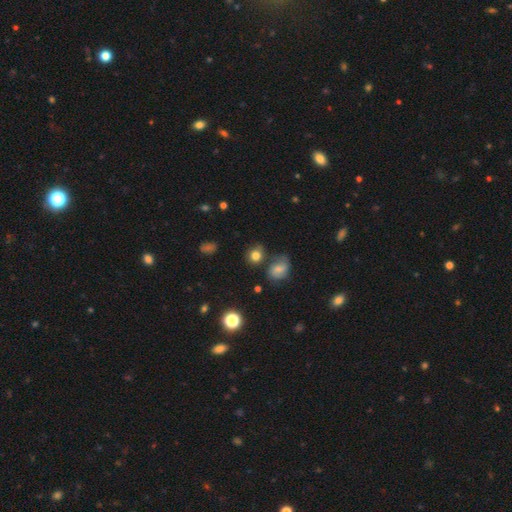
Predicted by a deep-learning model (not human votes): smooth 75%, star or artifact 14%, featured or disk 11%. Down the decision tree: how rounded — round (76%); merging — none (68%).